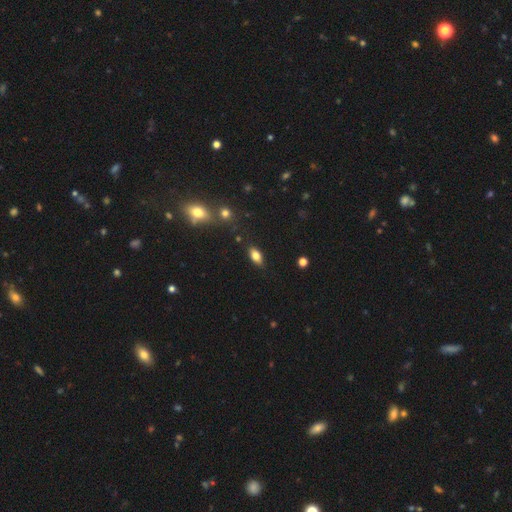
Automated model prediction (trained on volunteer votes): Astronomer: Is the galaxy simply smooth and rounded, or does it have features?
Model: smooth — 75%.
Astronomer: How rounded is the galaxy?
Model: in between — 87%.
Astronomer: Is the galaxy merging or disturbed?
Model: none — 82%.